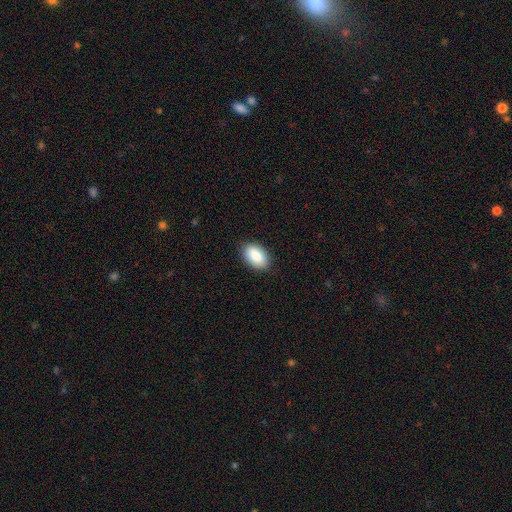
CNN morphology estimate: smooth-or-featured: smooth: 88% | star or artifact: 7% | featured or disk: 5%
  how-rounded: in between: 93% | round: 5% | cigar-shaped: 2%
  merging: none: 87% | minor disturbance: 10% | major disturbance: 2% | merger: 1%